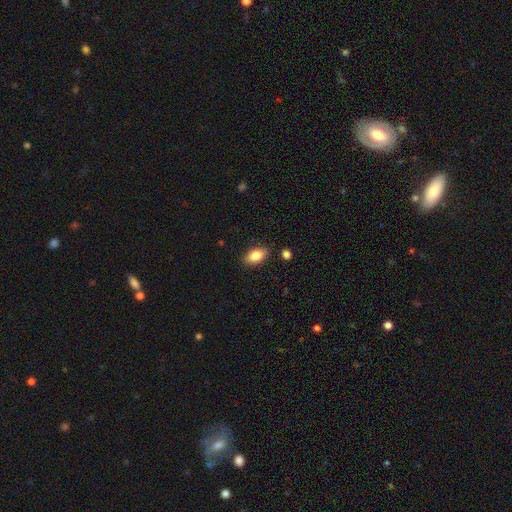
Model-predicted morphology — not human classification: Smooth or featured? smooth (83%)
How rounded? in between (90%)
Merging? none (86%)